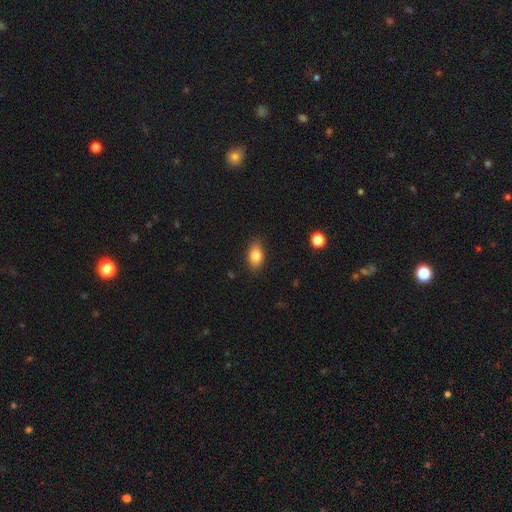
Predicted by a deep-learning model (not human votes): smooth 83%, featured or disk 9%, star or artifact 8%. Down the decision tree: how rounded — in between (89%); merging — none (85%).